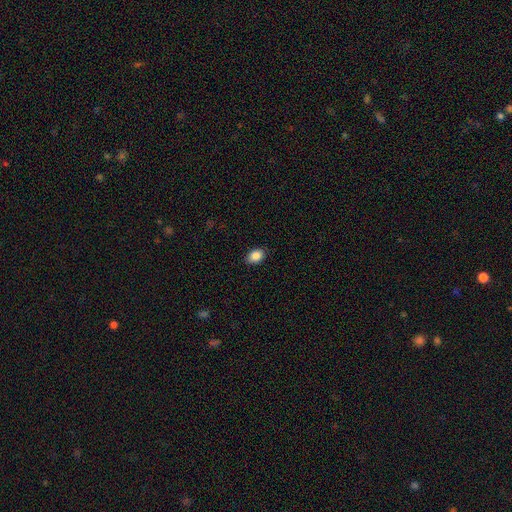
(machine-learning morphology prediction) smooth-or-featured: smooth: 87% | star or artifact: 8% | featured or disk: 4%
  how-rounded: in between: 79% | round: 20% | cigar-shaped: 1%
  merging: none: 88% | minor disturbance: 9% | major disturbance: 2% | merger: 1%